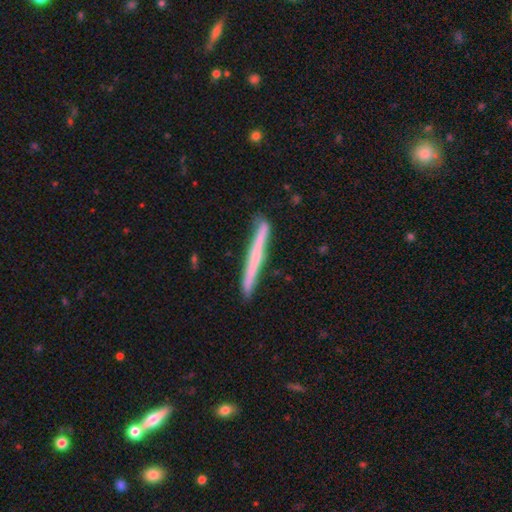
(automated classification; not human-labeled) smooth_or_featured: featured or disk (p=0.52) [alt: smooth p=0.42]
disk_edge_on: yes (p=0.97) [alt: no p=0.03]
edge_on_bulge: none (p=0.77) [alt: rounded p=0.17]
merging: none (p=0.88) [alt: minor disturbance p=0.09]